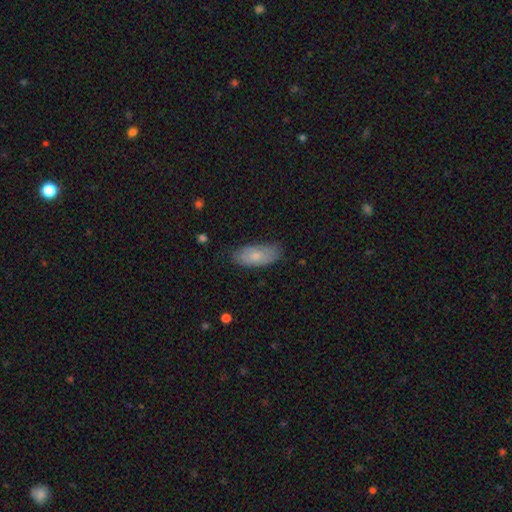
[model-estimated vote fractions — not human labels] smooth 74%, featured or disk 20%, star or artifact 6%. Down the decision tree: how rounded — in between (85%); merging — none (75%).